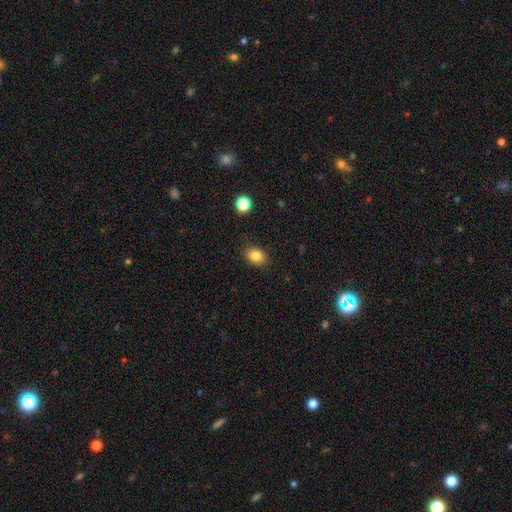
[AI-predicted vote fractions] smooth 84%, star or artifact 10%, featured or disk 6%. Down the decision tree: how rounded — in between (69%); merging — none (84%).